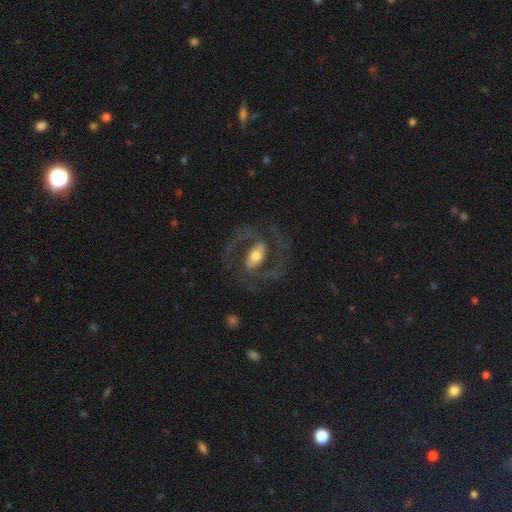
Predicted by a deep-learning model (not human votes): This appears to be a featured or disk galaxy (82%) with a strong bar (41%), 2 (90%) medium (58%) spiral arms (88%) and a moderate central bulge (63%). Merging: none (70%).